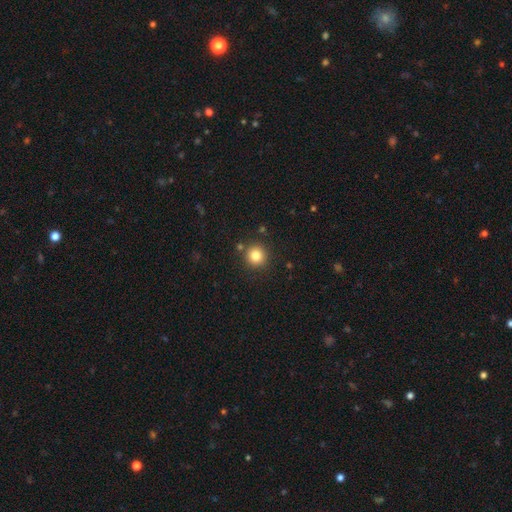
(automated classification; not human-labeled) Smooth or featured: smooth — 82% (star or artifact — 12%)
How rounded: round — 94% (in between — 5%)
Merging: none — 87% (minor disturbance — 7%)